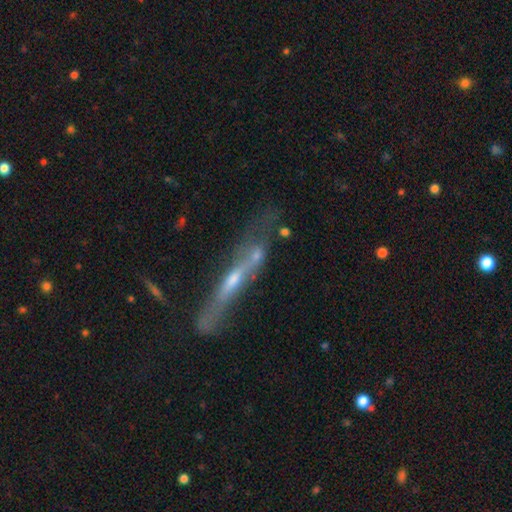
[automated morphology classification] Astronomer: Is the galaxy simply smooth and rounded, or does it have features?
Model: featured or disk — 59%.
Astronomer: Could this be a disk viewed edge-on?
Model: yes — 69%.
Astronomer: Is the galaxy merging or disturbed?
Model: none — 47%.